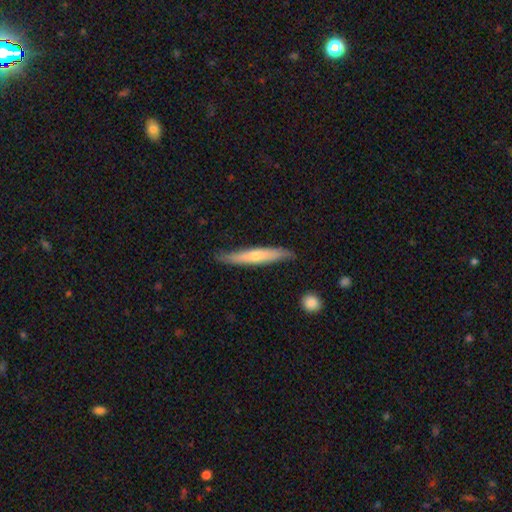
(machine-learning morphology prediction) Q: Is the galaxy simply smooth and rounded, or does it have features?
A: smooth — 52%.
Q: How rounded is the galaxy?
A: cigar-shaped — 92%.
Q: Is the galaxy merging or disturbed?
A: none — 79%.